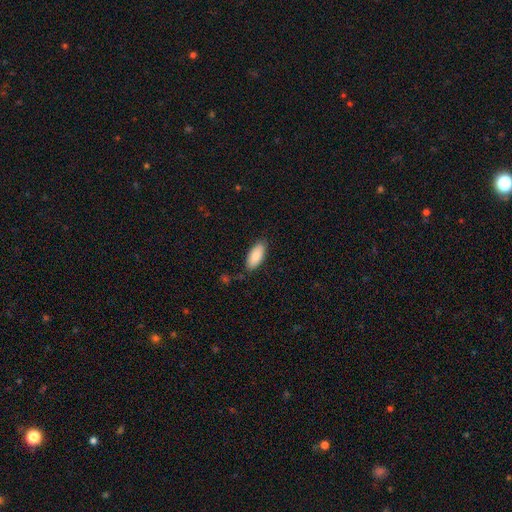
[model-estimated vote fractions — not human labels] smooth_or_featured: smooth (p=0.86) [alt: featured or disk p=0.08]
how_rounded: in between (p=0.88) [alt: cigar-shaped p=0.10]
merging: none (p=0.81) [alt: minor disturbance p=0.14]